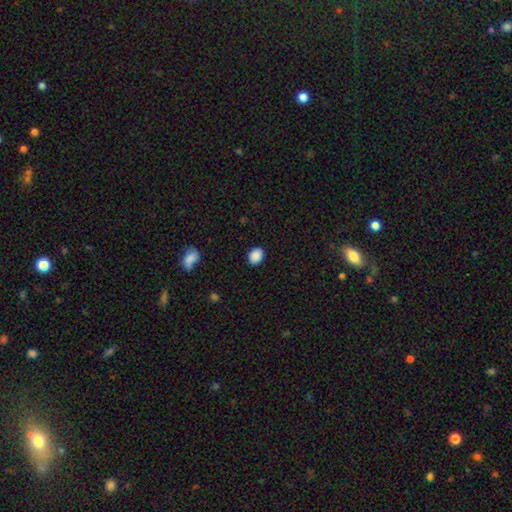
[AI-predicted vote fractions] Smooth or featured: smooth — 89% (star or artifact — 8%)
How rounded: in between — 62% (round — 37%)
Merging: none — 88% (minor disturbance — 8%)